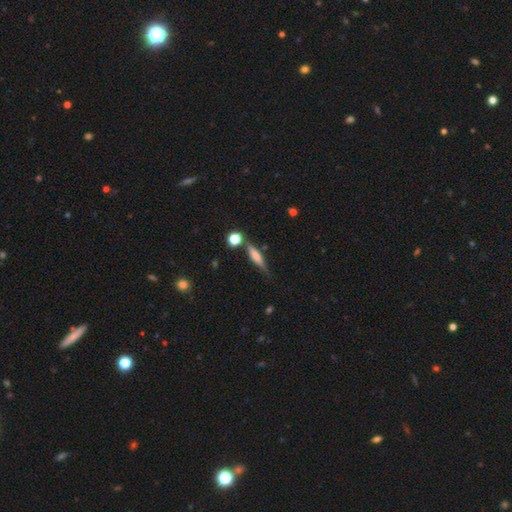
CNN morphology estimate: smooth_or_featured: featured or disk (p=0.48) [alt: smooth p=0.43]
merging: none (p=0.74) [alt: minor disturbance p=0.14]